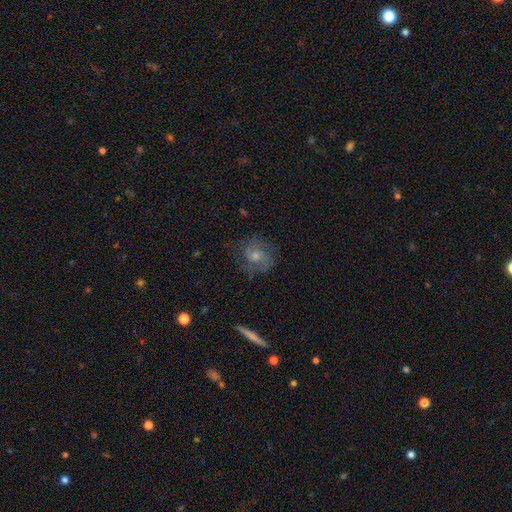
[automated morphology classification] The model was most divided on "spiral winding": tight: 44%, medium: 42%, loose: 14%. More confident: edge-on disk — no (95%); spiral arms — yes (89%); merging — none (76%); smooth or featured — featured or disk (69%); bar — no (62%); spiral arm count — 2 (58%); bulge size — moderate (55%).